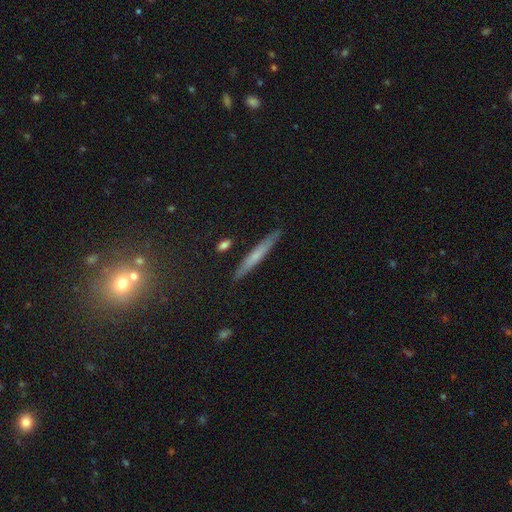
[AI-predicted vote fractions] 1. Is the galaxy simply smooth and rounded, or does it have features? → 55% smooth, 37% featured or disk, 8% star or artifact.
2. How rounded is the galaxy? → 95% cigar-shaped, 3% in between, 2% round.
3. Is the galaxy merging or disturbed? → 88% none, 9% minor disturbance, 2% merger, 2% major disturbance.